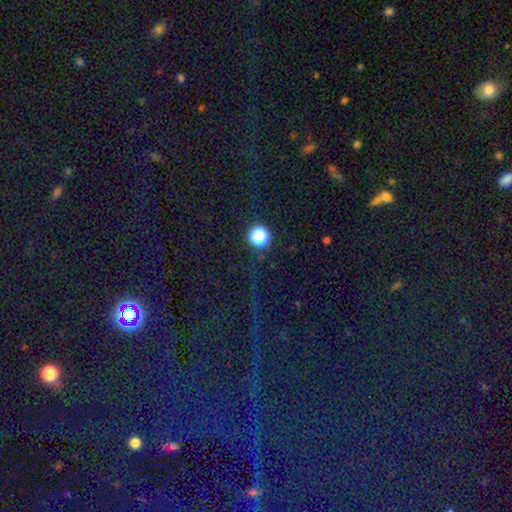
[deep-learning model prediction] star or artifact 78%, smooth 15%, featured or disk 7%.